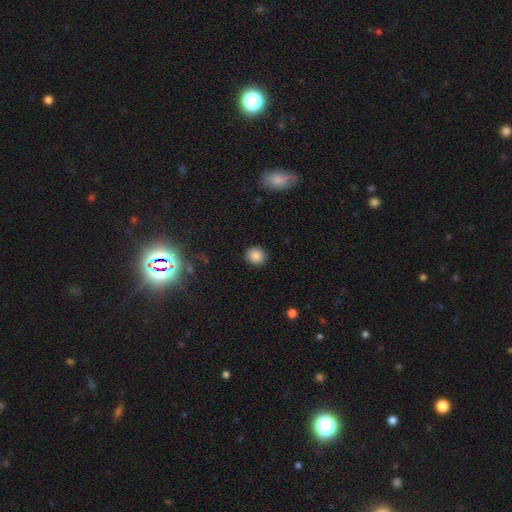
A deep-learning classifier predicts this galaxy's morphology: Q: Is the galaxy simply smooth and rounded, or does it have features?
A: smooth — 84%.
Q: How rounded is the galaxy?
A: round — 83%.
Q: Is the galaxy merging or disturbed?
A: none — 91%.